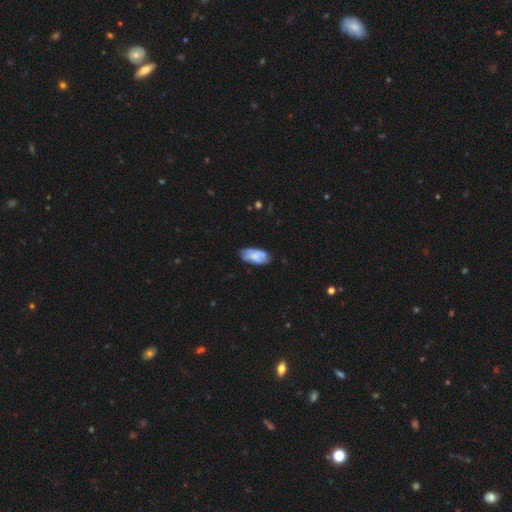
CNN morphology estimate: Overall: smooth (59%; featured or disk 33%). How rounded: in between (92%). Merging: none (63%; minor disturbance 27%).